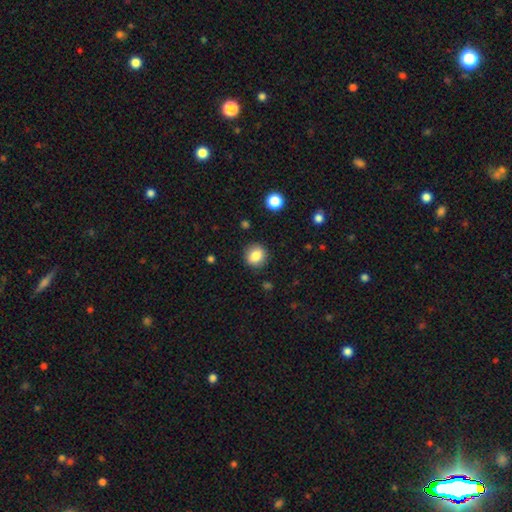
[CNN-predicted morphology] Smooth or featured: smooth — 83% (star or artifact — 10%)
How rounded: round — 79% (in between — 20%)
Merging: none — 88% (minor disturbance — 8%)